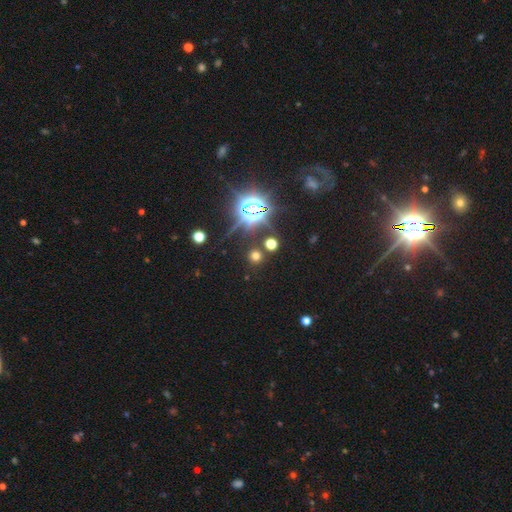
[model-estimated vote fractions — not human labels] Overall: smooth (52%; star or artifact 40%). How rounded: round (91%). Merging: none (85%).